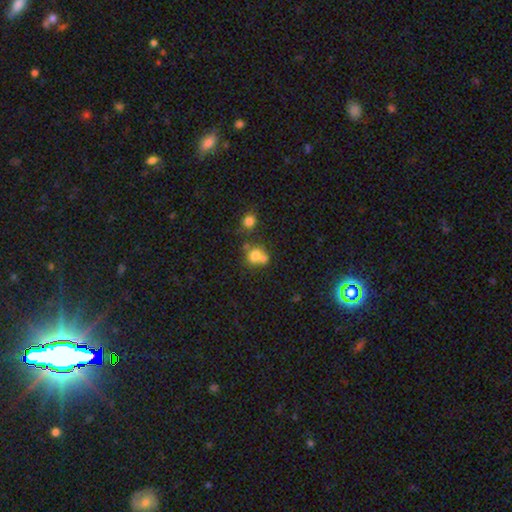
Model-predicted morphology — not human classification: Smooth or featured?
  - smooth: 71% *
  - featured or disk: 16%
  - star or artifact: 13%
How rounded?
  - round: 73% *
  - in between: 26%
  - cigar-shaped: 1%
Merging?
  - merger: 49% *
  - none: 36%
  - minor disturbance: 10%
  - major disturbance: 5%